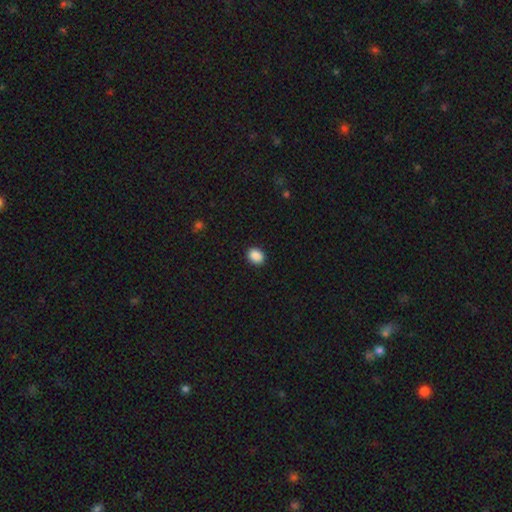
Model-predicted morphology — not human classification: A smooth galaxy with no disk features (90%) that is in between round and cigar-shaped (59%).

Vote fractions:
- Smooth or featured? smooth: 90% / star or artifact: 8% / featured or disk: 2%
- How rounded? in between: 59% / round: 40% / cigar-shaped: 1%
- Merging? none: 91% / minor disturbance: 7% / major disturbance: 2% / merger: 1%